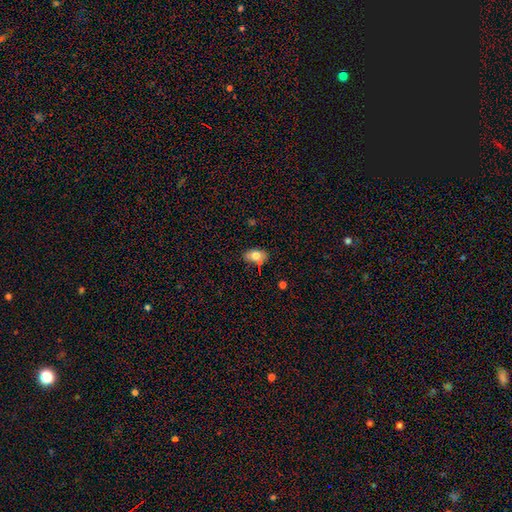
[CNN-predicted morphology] type=smooth (75%); roundness=in between (88%); merging=none (71%).